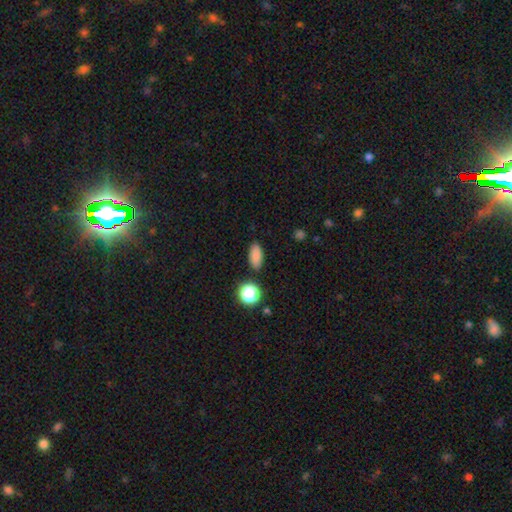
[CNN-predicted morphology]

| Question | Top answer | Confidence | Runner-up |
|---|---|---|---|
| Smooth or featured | smooth | 84% | star or artifact (11%) |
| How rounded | in between | 85% | cigar-shaped (8%) |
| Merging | none | 87% | minor disturbance (8%) |